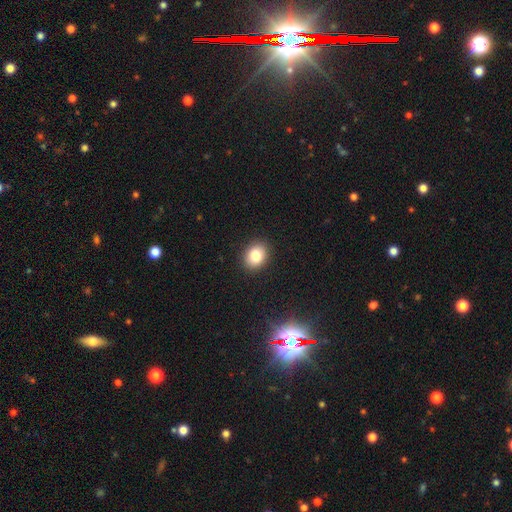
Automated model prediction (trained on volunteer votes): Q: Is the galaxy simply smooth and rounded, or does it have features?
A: smooth — 83%.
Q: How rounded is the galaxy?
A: in between — 53%.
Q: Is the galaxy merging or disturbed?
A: none — 90%.